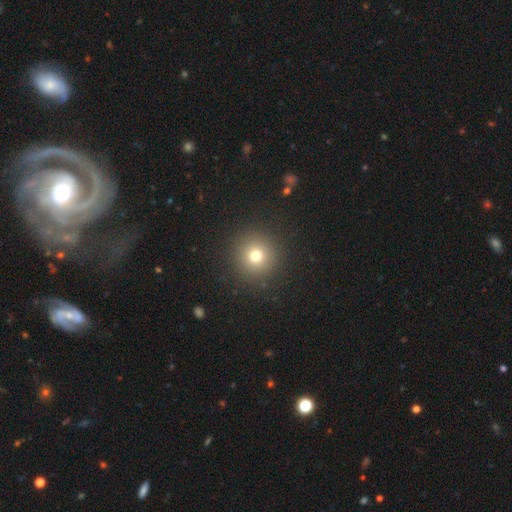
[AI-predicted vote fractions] A smooth galaxy with no disk features (74%) that is round (95%). Merging: none (91%).